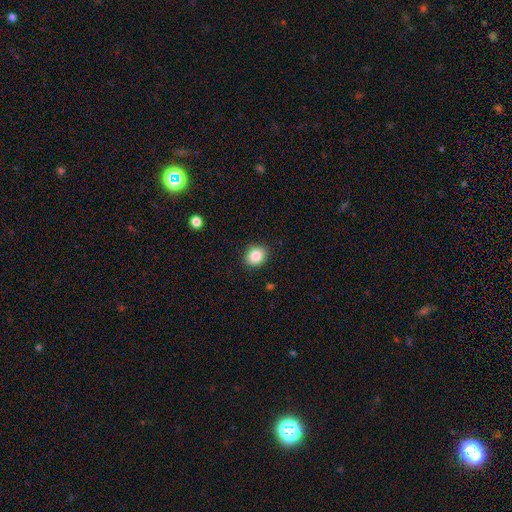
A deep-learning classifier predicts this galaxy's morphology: Smooth or featured: smooth — 86% (star or artifact — 9%)
How rounded: round — 61% (in between — 38%)
Merging: none — 88% (minor disturbance — 8%)